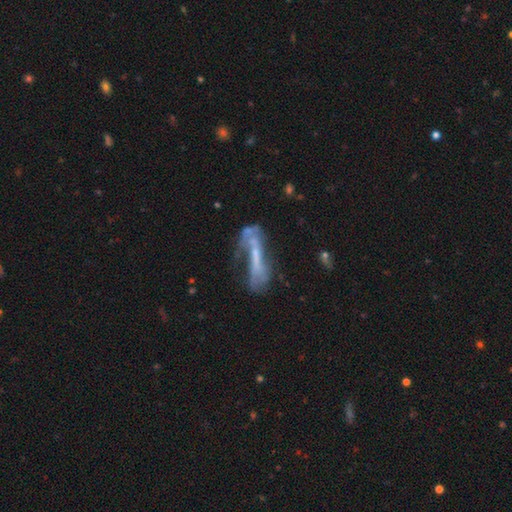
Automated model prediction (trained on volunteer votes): smooth-or-featured: featured or disk: 60% | smooth: 29% | star or artifact: 12%
  disk-edge-on: no: 71% | yes: 29%
  merging: major disturbance: 34% | none: 30% | minor disturbance: 20% | merger: 17%